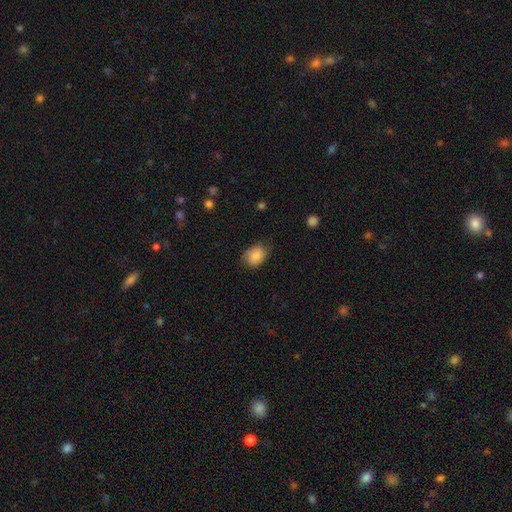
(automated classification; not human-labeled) smooth-or-featured: smooth: 81% | featured or disk: 12% | star or artifact: 8%
  how-rounded: in between: 66% | round: 33% | cigar-shaped: 1%
  merging: none: 73% | minor disturbance: 22% | major disturbance: 4% | merger: 1%